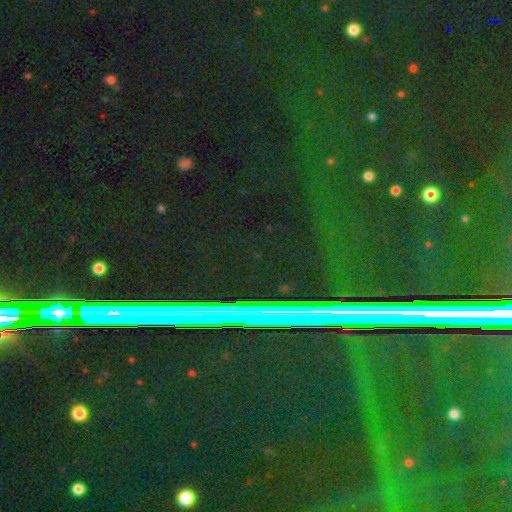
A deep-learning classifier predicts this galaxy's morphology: Smooth or featured?
  - star or artifact: 82% *
  - featured or disk: 10%
  - smooth: 8%